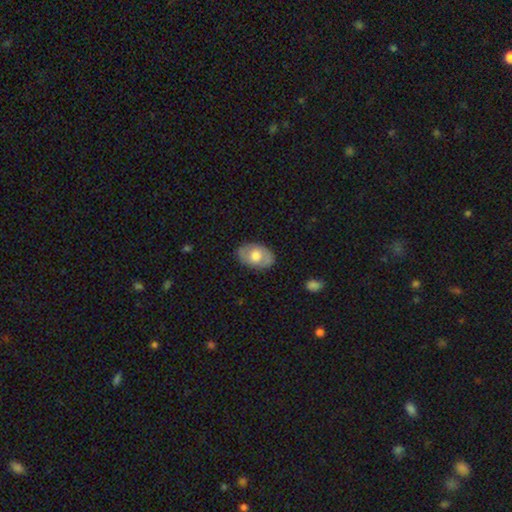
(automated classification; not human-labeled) Overall: smooth (56%; featured or disk 38%). How rounded: in between (85%). Merging: none (82%).